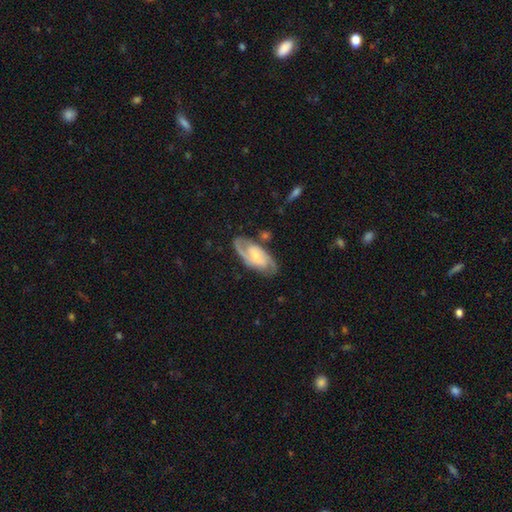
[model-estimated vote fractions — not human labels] Smooth or featured? featured or disk (82%)
Edge-on disk? no (95%)
Bar? weak (45%)
Spiral arms? yes (95%)
Spiral winding? medium (50%)
Spiral arm count? 2 (85%)
Bulge size? small (54%)
Merging? none (76%)